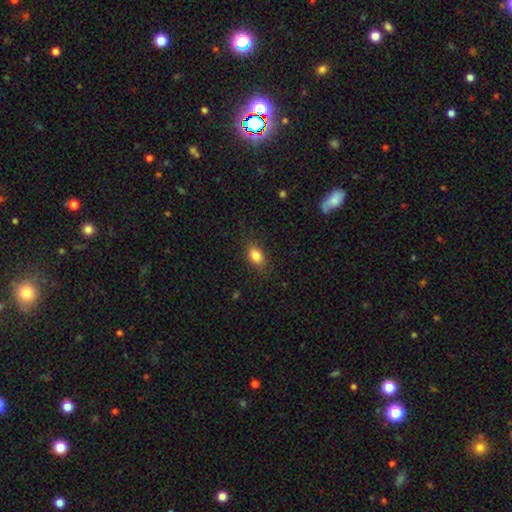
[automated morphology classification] smooth_or_featured: smooth (p=0.83) [alt: star or artifact p=0.09]
how_rounded: in between (p=0.76) [alt: round p=0.21]
merging: none (p=0.83) [alt: minor disturbance p=0.13]